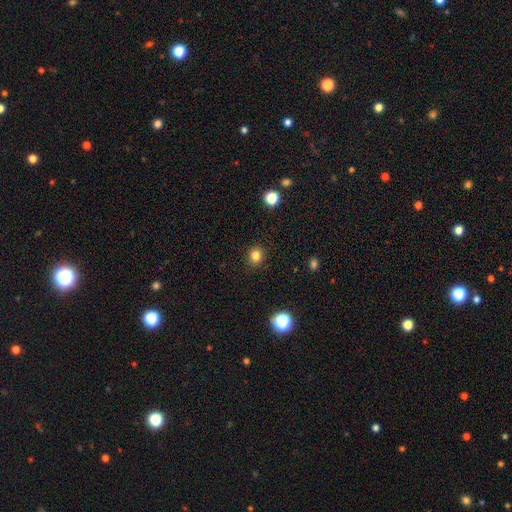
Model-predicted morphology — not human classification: Overall: smooth (82%). How rounded: round (84%). Merging: none (91%).